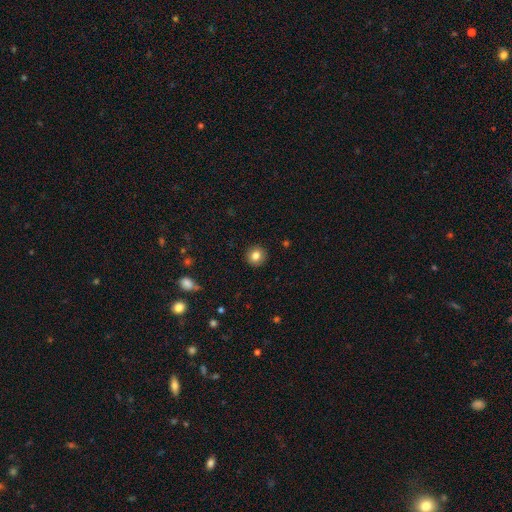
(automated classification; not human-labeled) Smooth or featured?
  - smooth: 83% *
  - star or artifact: 10%
  - featured or disk: 7%
How rounded?
  - round: 93% *
  - in between: 6%
  - cigar-shaped: 1%
Merging?
  - none: 91% *
  - minor disturbance: 6%
  - major disturbance: 2%
  - merger: 1%